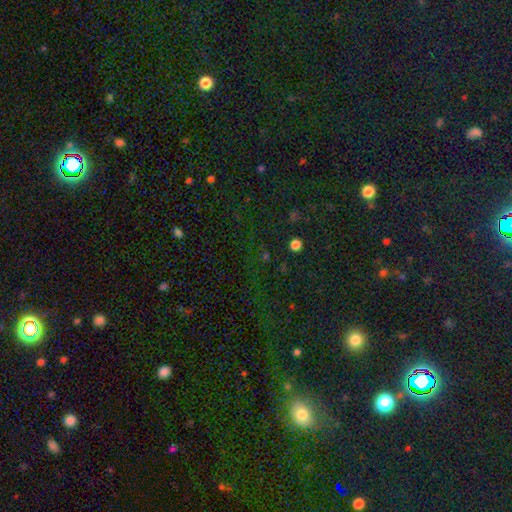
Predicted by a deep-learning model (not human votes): The model was most divided on "smooth or featured": star or artifact: 66%, smooth: 25%, featured or disk: 9%.